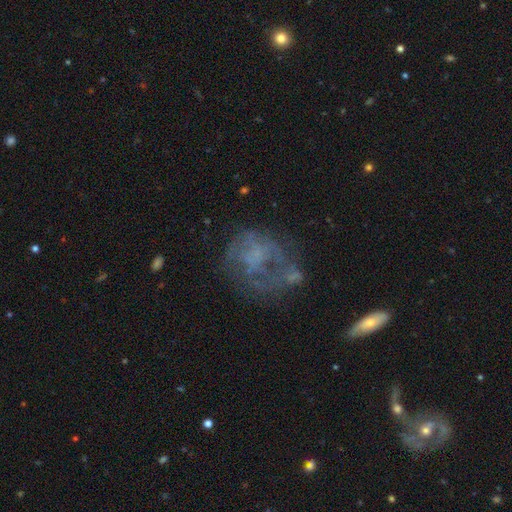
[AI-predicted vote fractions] smooth-or-featured: featured or disk: 57% | smooth: 27% | star or artifact: 16%
  disk-edge-on: no: 97% | yes: 3%
    bar: no: 86% | weak: 12% | strong: 3%
    has-spiral-arms: no: 75% | yes: 25%
    bulge-size: none: 69% | small: 16% | moderate: 11% | large: 4% | dominant: 1%
  merging: none: 39% | major disturbance: 34% | minor disturbance: 19% | merger: 8%